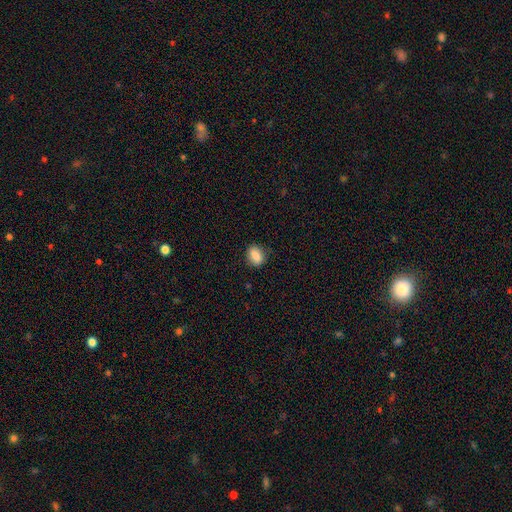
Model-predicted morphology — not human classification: This is clearly a smooth galaxy (85%). How rounded: likely in between (72%). Merging: clearly none (82%).